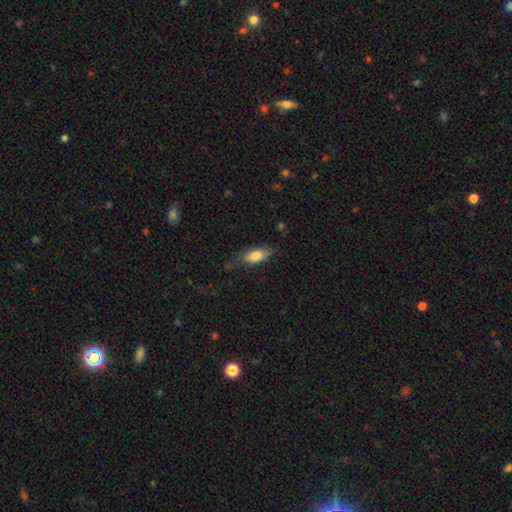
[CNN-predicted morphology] Smooth or featured: smooth — 79% (featured or disk — 14%)
How rounded: in between — 81% (cigar-shaped — 17%)
Merging: none — 69% (minor disturbance — 23%)